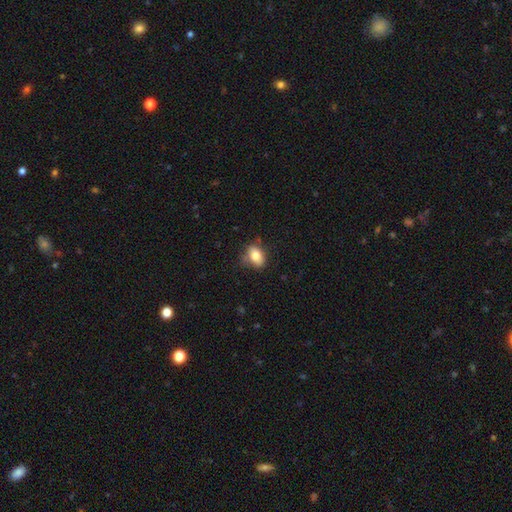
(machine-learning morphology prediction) Smooth or featured? Predicted: smooth (p=0.77). How rounded? Predicted: in between (p=0.81). Merging? Predicted: none (p=0.65).